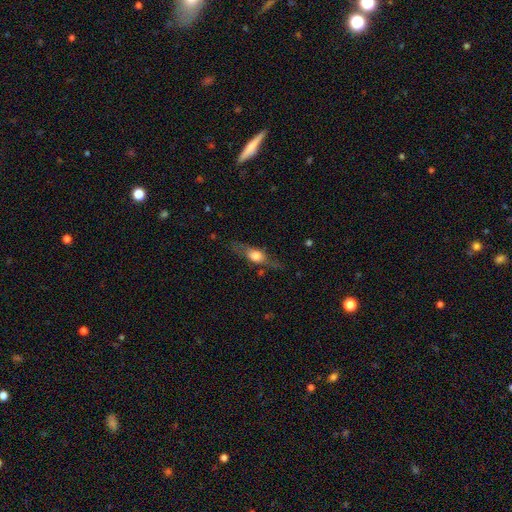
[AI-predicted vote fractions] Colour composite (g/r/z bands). It shows a featured or disk galaxy (52%) viewed edge-on (82%). Merging: none (70%).